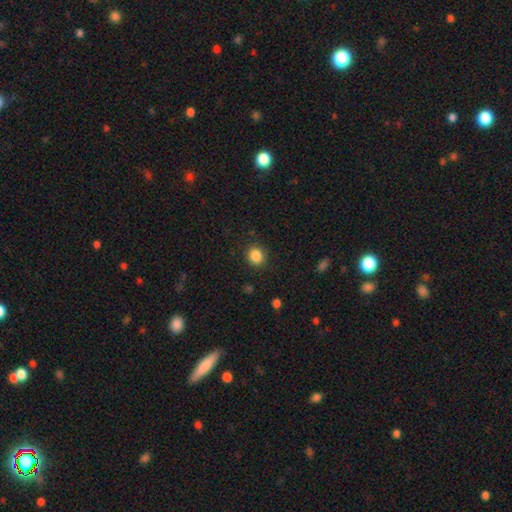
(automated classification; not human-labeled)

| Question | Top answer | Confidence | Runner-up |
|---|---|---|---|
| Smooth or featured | smooth | 86% | star or artifact (10%) |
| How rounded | round | 85% | in between (14%) |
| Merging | none | 89% | minor disturbance (7%) |